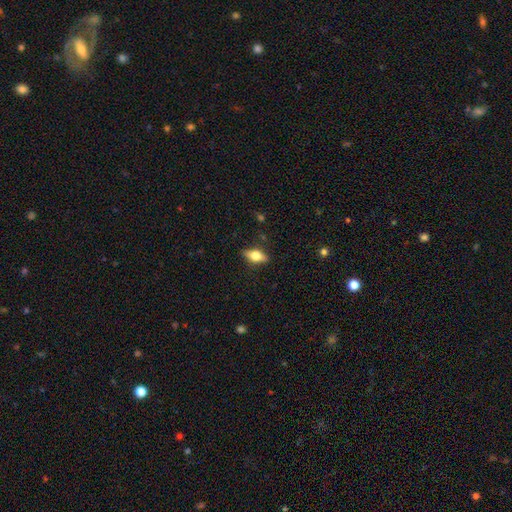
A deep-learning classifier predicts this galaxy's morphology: smooth_or_featured: smooth (p=0.51) [alt: featured or disk p=0.41]
how_rounded: in between (p=0.73) [alt: cigar-shaped p=0.20]
merging: none (p=0.85) [alt: minor disturbance p=0.11]